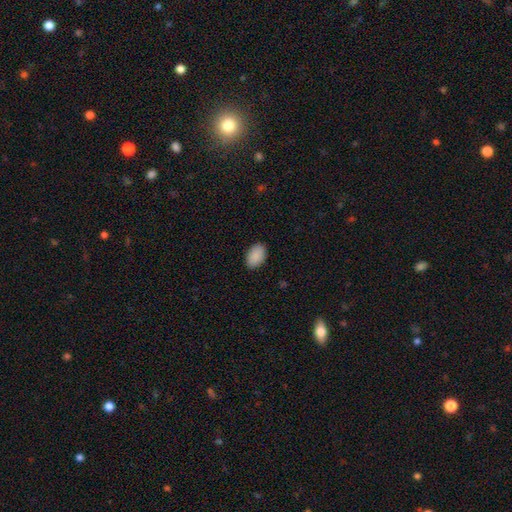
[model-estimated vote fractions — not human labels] Overall: smooth (91%). How rounded: in between (92%). Merging: none (89%).